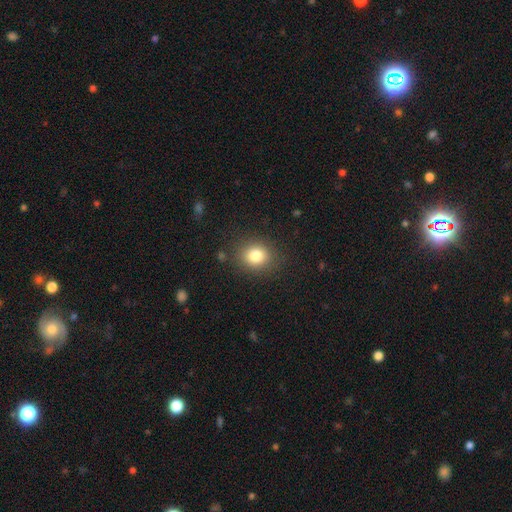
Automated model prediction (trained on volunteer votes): smooth 81%, star or artifact 11%, featured or disk 7%. Down the decision tree: how rounded — round (66%); merging — none (85%).